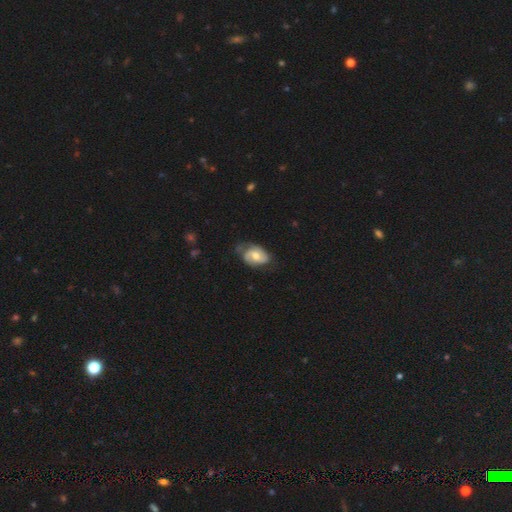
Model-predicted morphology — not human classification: A featured or disk galaxy (64%) with no bar (49%), 2 (74%) medium (42%) spiral arms (86%) and a moderate central bulge (67%). Merging: none (54%).